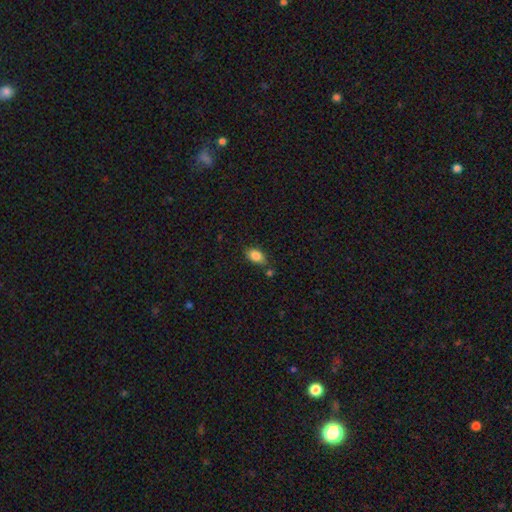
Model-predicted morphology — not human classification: smooth 85%, star or artifact 9%, featured or disk 7%. Down the decision tree: how rounded — in between (88%); merging — none (72%).